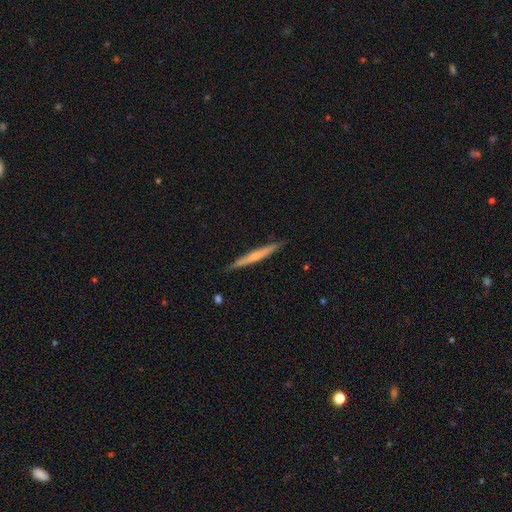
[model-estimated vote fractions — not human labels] A featured or disk galaxy (52%) viewed edge-on (97%). Merging: none (88%).